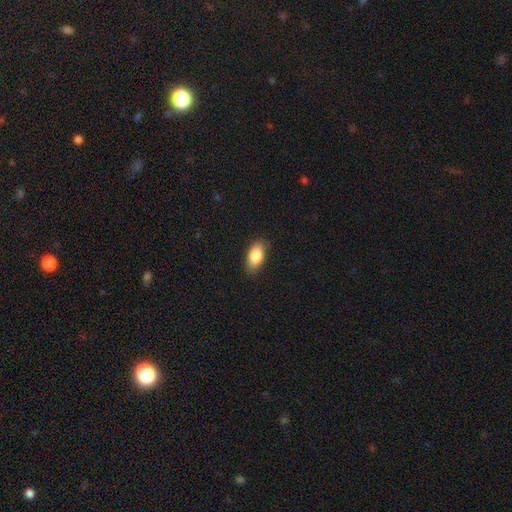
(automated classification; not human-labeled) Smooth or featured? Predicted: smooth (p=0.86). How rounded? Predicted: in between (p=0.89). Merging? Predicted: none (p=0.86).